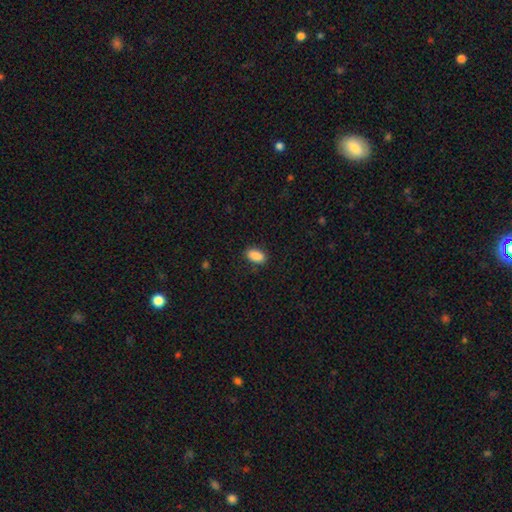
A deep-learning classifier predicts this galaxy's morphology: A smooth galaxy with no disk features (89%) that is in between round and cigar-shaped (92%). Merging: none (86%).